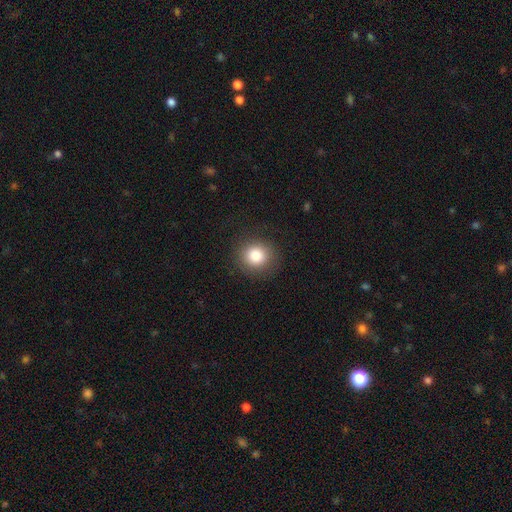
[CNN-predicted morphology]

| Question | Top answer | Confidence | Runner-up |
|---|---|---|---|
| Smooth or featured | smooth | 82% | star or artifact (11%) |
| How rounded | round | 86% | in between (13%) |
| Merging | none | 88% | minor disturbance (8%) |